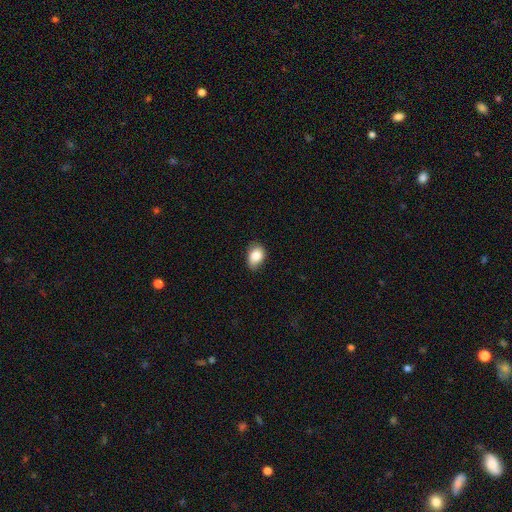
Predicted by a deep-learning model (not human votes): smooth-or-featured: smooth: 84% | featured or disk: 8% | star or artifact: 8%
  how-rounded: in between: 79% | round: 19% | cigar-shaped: 1%
  merging: none: 66% | minor disturbance: 28% | major disturbance: 4% | merger: 1%